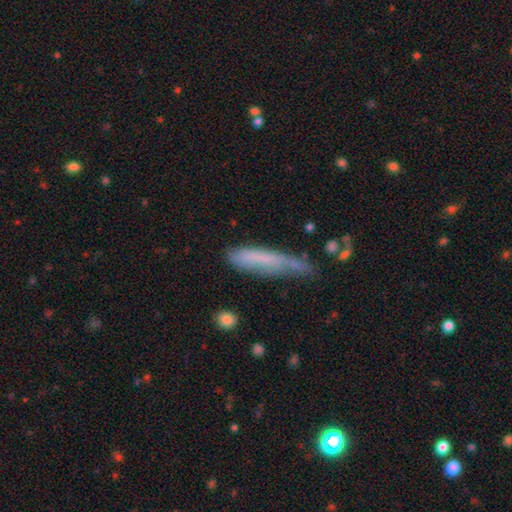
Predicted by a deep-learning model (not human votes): Smooth or featured: smooth — 63% (featured or disk — 29%)
How rounded: cigar-shaped — 74% (in between — 24%)
Merging: none — 45% (minor disturbance — 31%)